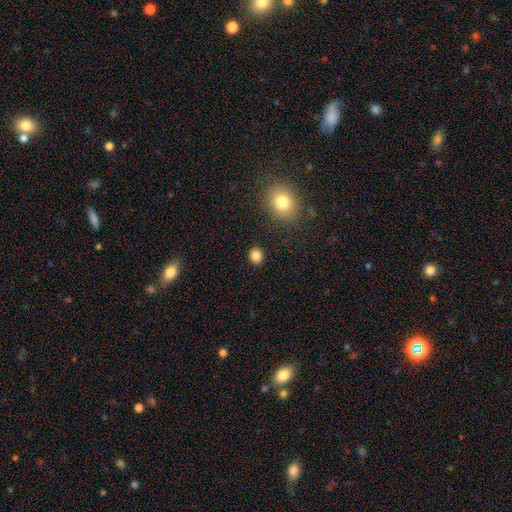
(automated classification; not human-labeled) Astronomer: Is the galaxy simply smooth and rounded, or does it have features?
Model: smooth — 83%.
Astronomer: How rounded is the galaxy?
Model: round — 75%.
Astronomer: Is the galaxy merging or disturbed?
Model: none — 90%.